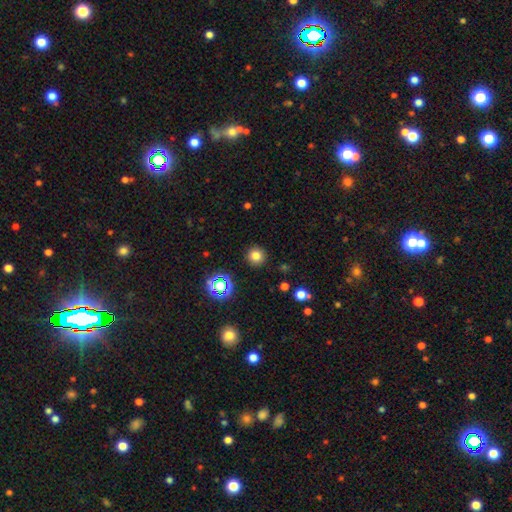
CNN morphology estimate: Smooth or featured?
  - smooth: 78% *
  - star or artifact: 16%
  - featured or disk: 6%
How rounded?
  - round: 94% *
  - in between: 5%
  - cigar-shaped: 1%
Merging?
  - none: 91% *
  - minor disturbance: 6%
  - major disturbance: 2%
  - merger: 1%